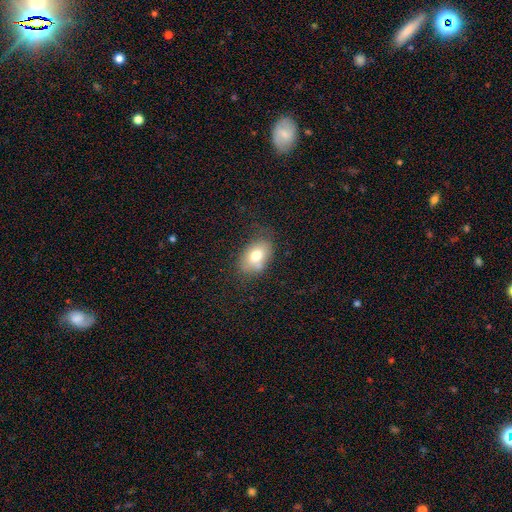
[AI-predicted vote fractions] A smooth galaxy with no disk features (73%) that is in between round and cigar-shaped (86%).

Vote fractions:
- Smooth or featured? smooth: 73% / featured or disk: 18% / star or artifact: 9%
- How rounded? in between: 86% / round: 13% / cigar-shaped: 1%
- Merging? none: 66% / minor disturbance: 22% / major disturbance: 7% / merger: 5%